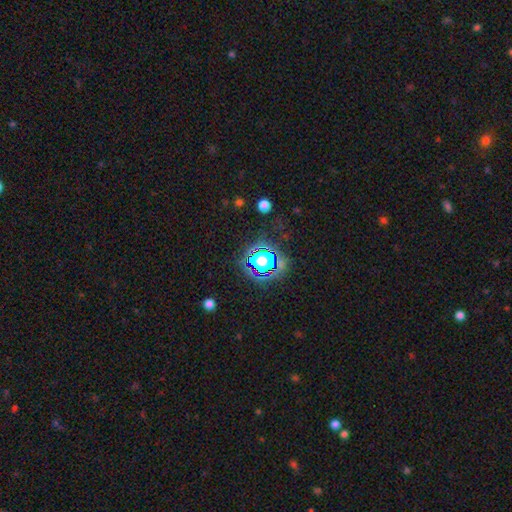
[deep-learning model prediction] smooth-or-featured: star or artifact: 56% | smooth: 31% | featured or disk: 13%